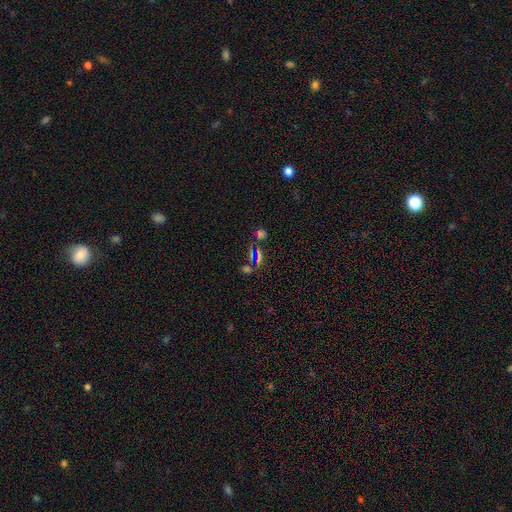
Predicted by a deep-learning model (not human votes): Overall: star or artifact (50%; smooth 36%).